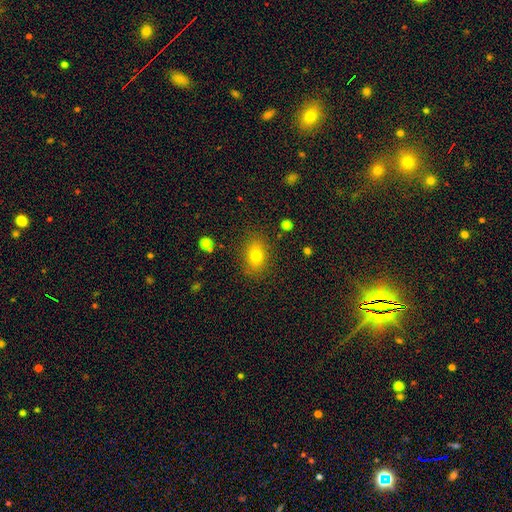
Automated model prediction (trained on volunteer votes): Smooth or featured? smooth (76%)
How rounded? in between (74%)
Merging? none (84%)